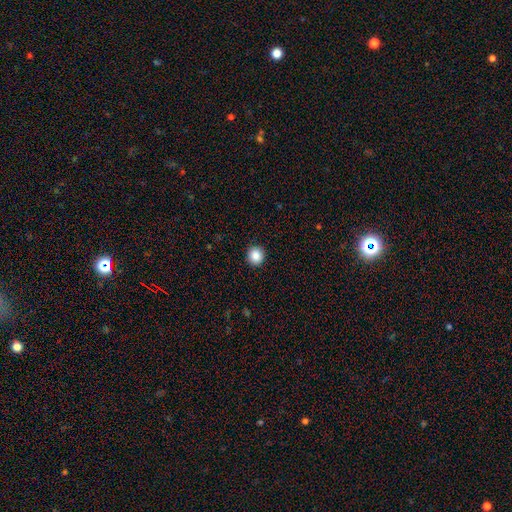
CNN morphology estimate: The model was most divided on "smooth or featured": smooth: 87%, star or artifact: 9%, featured or disk: 4%. More confident: merging — none (92%); how rounded — round (90%).